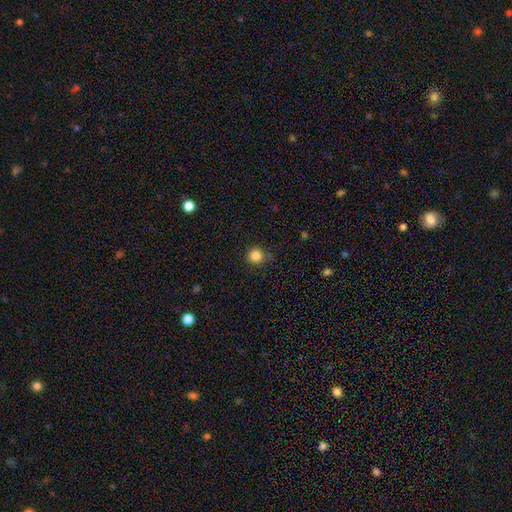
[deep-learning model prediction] Q: Smooth or featured?
A: smooth (84%); runner-up: star or artifact (12%)
Q: How rounded?
A: round (94%); runner-up: in between (5%)
Q: Merging?
A: none (85%); runner-up: minor disturbance (10%)